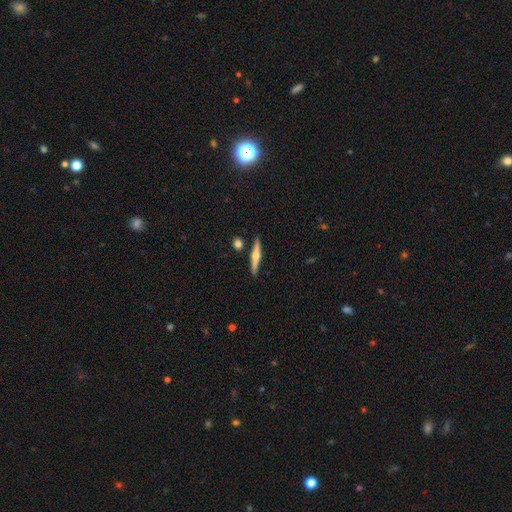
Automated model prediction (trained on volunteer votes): Overall: featured or disk (65%; smooth 29%). Edge-on disk: yes (97%). Edge-on bulge: rounded (90%). Merging: none (87%).